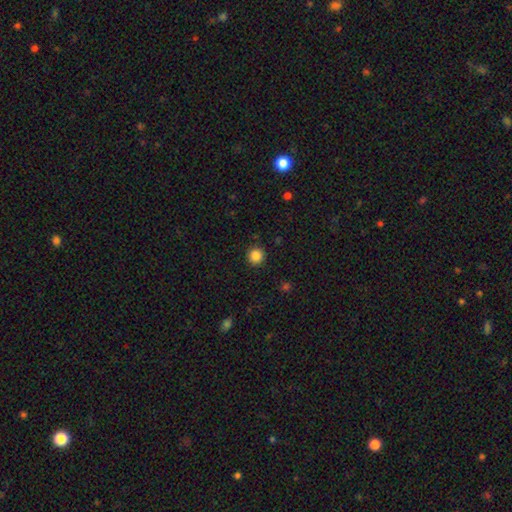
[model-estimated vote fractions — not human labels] smooth 86%, star or artifact 11%, featured or disk 3%. Down the decision tree: how rounded — round (95%); merging — none (92%).